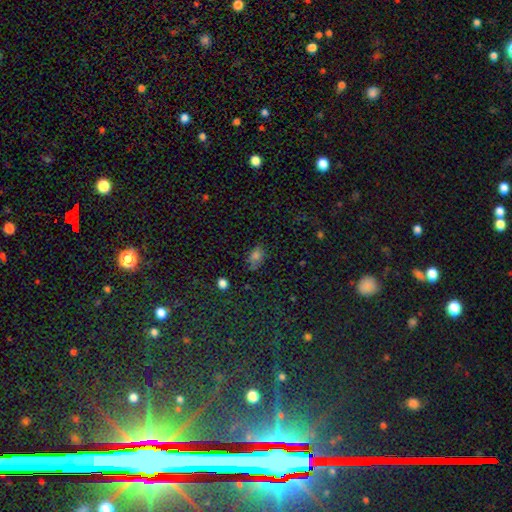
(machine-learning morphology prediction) smooth-or-featured: smooth: 73% | star or artifact: 17% | featured or disk: 10%
  how-rounded: in between: 82% | round: 14% | cigar-shaped: 3%
  merging: none: 70% | minor disturbance: 22% | major disturbance: 6% | merger: 2%